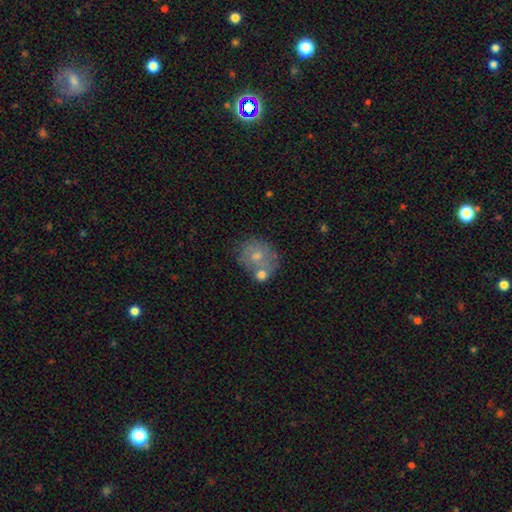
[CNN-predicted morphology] A smooth galaxy with no disk features (53%) that is round (75%). Merging: none (55%).